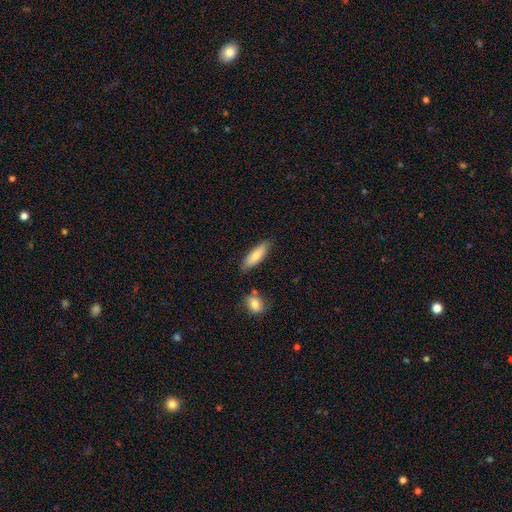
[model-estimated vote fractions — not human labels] Smooth or featured? Predicted: smooth (p=0.82). How rounded? Predicted: cigar-shaped (p=0.51). Merging? Predicted: none (p=0.81).